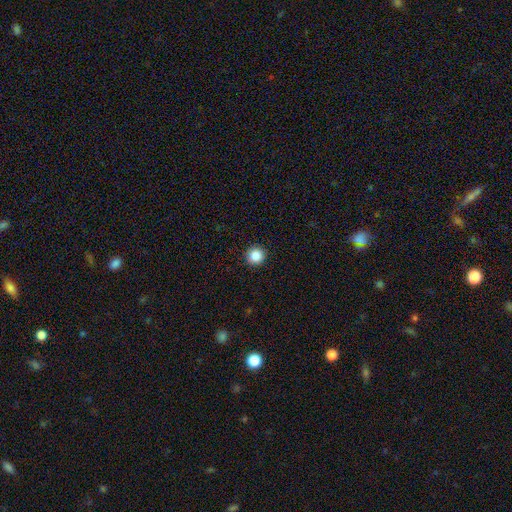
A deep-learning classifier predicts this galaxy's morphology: Smooth or featured?
  - smooth: 86% *
  - star or artifact: 10%
  - featured or disk: 4%
How rounded?
  - round: 95% *
  - in between: 4%
  - cigar-shaped: 1%
Merging?
  - none: 92% *
  - minor disturbance: 5%
  - major disturbance: 2%
  - merger: 1%